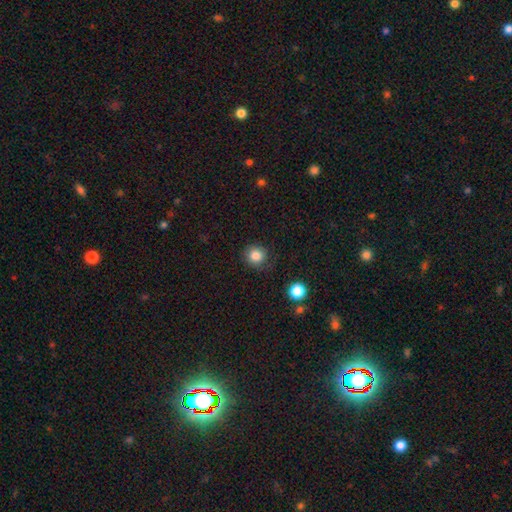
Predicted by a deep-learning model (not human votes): smooth_or_featured: smooth (p=0.83) [alt: star or artifact p=0.11]
how_rounded: round (p=0.91) [alt: in between p=0.08]
merging: none (p=0.82) [alt: minor disturbance p=0.12]